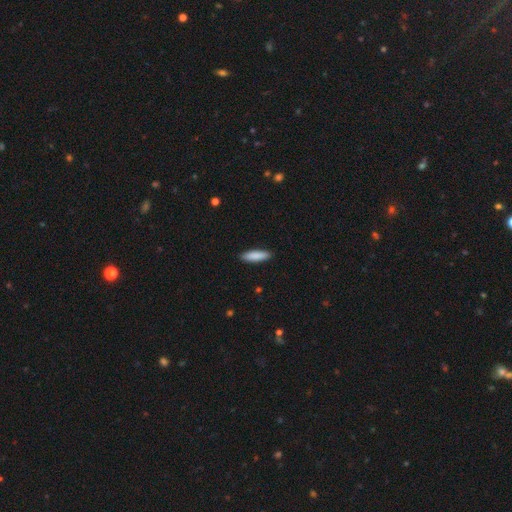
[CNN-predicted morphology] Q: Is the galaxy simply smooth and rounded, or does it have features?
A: smooth — 87%.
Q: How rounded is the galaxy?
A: cigar-shaped — 69%.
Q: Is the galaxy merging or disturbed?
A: none — 90%.